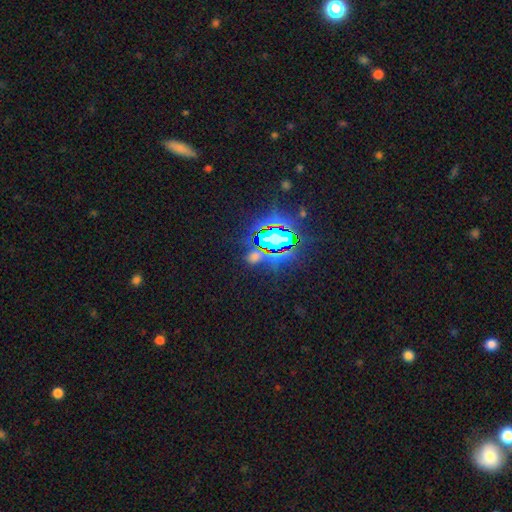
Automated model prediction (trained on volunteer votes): Smooth or featured? Predicted: star or artifact (p=0.71).